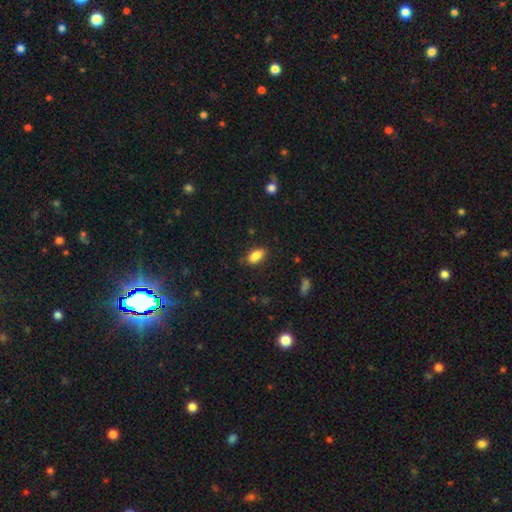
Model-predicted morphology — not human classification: A smooth galaxy with no disk features (86%) that is in between round and cigar-shaped (90%). Merging: none (81%).